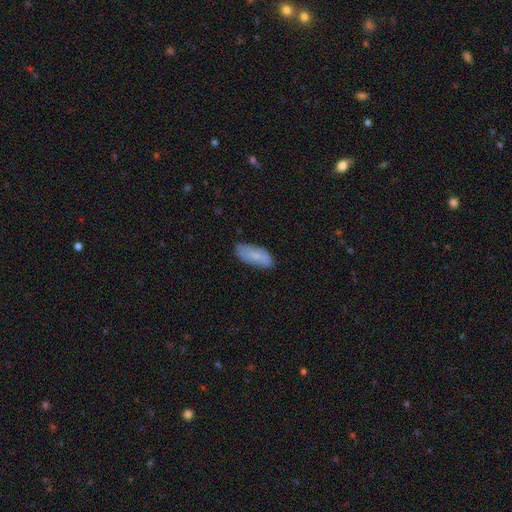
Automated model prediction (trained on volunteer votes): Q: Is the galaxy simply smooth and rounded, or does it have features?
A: smooth — 76%.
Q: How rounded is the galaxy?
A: in between — 81%.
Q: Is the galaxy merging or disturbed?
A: none — 80%.